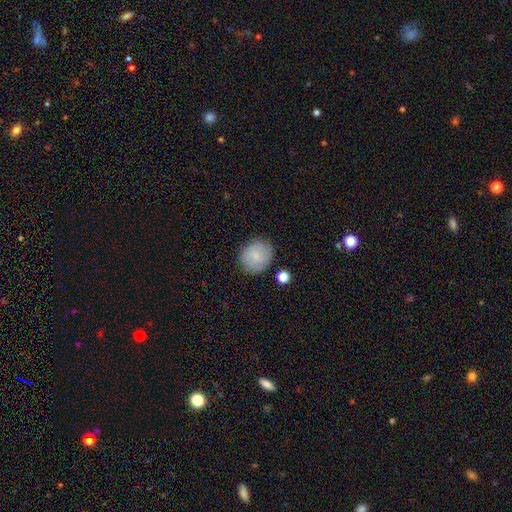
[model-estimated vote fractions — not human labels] Smooth or featured? smooth (78%)
How rounded? round (80%)
Merging? none (81%)